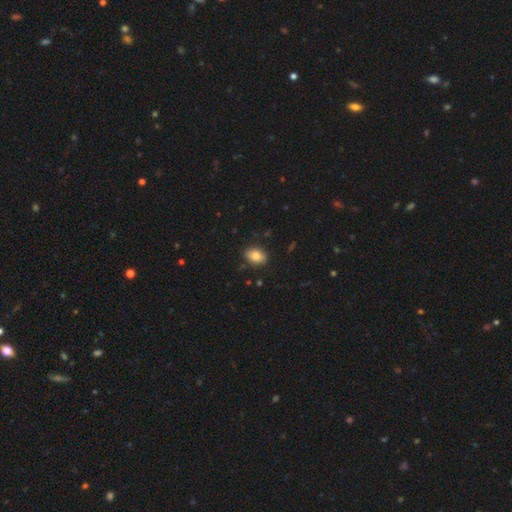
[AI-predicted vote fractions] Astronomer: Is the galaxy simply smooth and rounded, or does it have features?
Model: smooth — 85%.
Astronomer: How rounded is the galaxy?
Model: in between — 79%.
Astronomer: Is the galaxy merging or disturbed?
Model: none — 86%.